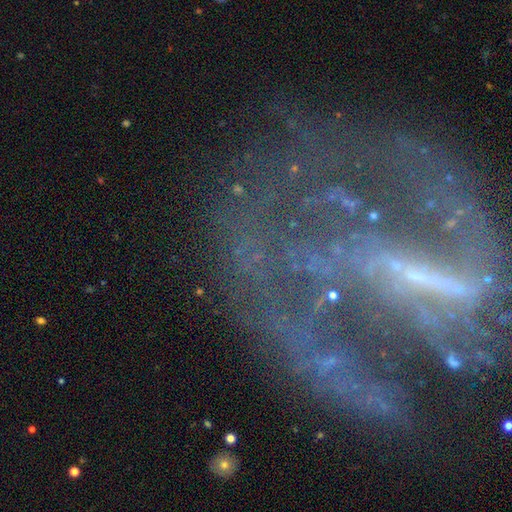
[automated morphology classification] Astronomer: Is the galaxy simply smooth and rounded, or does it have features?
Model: featured or disk — 79%.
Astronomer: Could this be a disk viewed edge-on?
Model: no — 94%.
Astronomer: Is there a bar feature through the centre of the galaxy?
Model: strong — 49% (runner-up: weak, 31%).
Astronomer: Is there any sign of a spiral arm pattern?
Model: yes — 73%.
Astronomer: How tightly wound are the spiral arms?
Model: loose — 42% (runner-up: medium, 35%).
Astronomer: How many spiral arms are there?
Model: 2 — 51%.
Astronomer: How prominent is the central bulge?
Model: small — 41% (runner-up: none, 38%).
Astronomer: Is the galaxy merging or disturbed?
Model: none — 47% (runner-up: major disturbance, 30%).